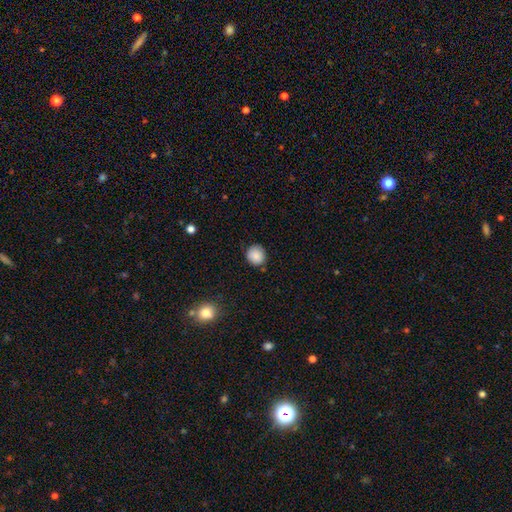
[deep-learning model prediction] A smooth galaxy with no disk features (87%) that is round (88%).

Vote fractions:
- Smooth or featured? smooth: 87% / star or artifact: 9% / featured or disk: 4%
- How rounded? round: 88% / in between: 11% / cigar-shaped: 1%
- Merging? none: 82% / minor disturbance: 13% / major disturbance: 2% / merger: 2%